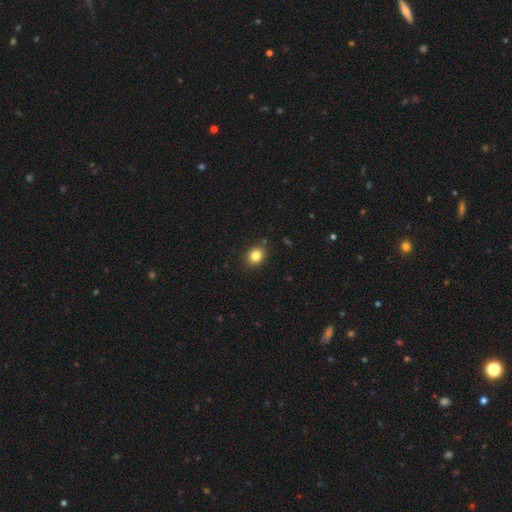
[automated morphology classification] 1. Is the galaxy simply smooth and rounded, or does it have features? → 82% smooth, 11% star or artifact, 6% featured or disk.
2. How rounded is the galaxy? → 62% round, 37% in between, 1% cigar-shaped.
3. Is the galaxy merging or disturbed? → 86% none, 10% minor disturbance, 2% major disturbance, 2% merger.